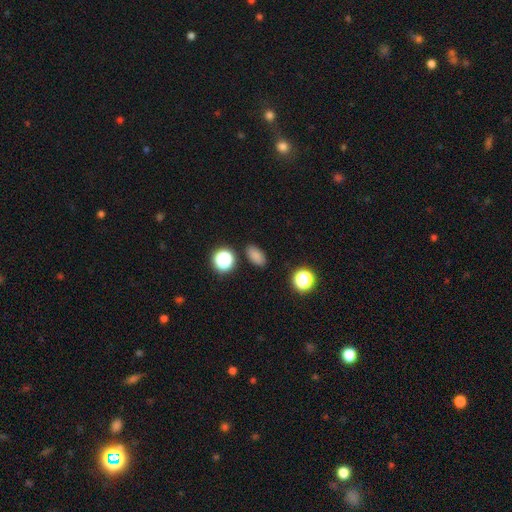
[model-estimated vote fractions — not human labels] Smooth or featured: smooth — 80% (star or artifact — 15%)
How rounded: in between — 86% (round — 12%)
Merging: none — 87% (minor disturbance — 9%)